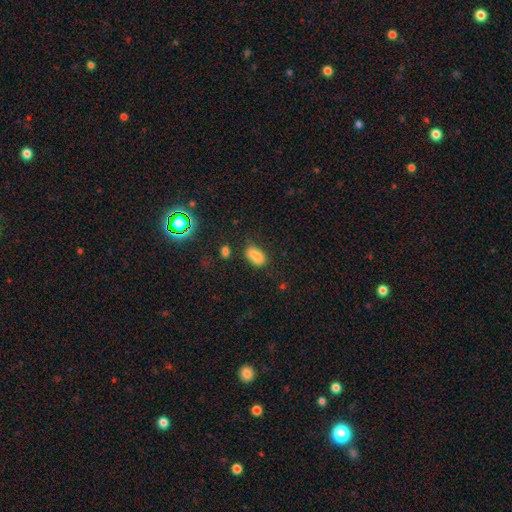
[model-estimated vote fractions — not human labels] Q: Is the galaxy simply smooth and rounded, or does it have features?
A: smooth — 84%.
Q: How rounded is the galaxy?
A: in between — 90%.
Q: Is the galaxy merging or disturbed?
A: none — 68%.